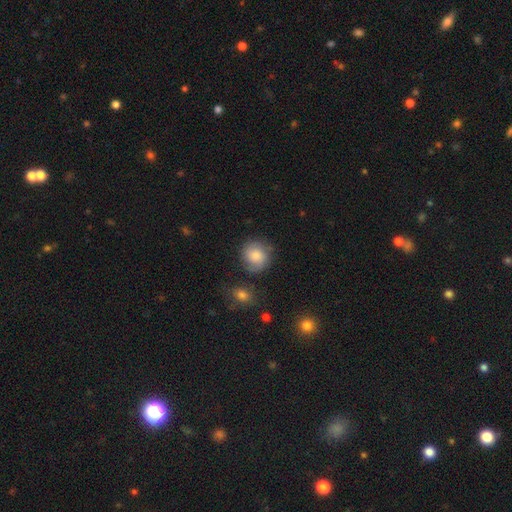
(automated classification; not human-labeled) The model was most divided on "merging": none: 74%, minor disturbance: 17%, major disturbance: 5%, merger: 4%. More confident: how rounded — round (87%); smooth or featured — smooth (76%).